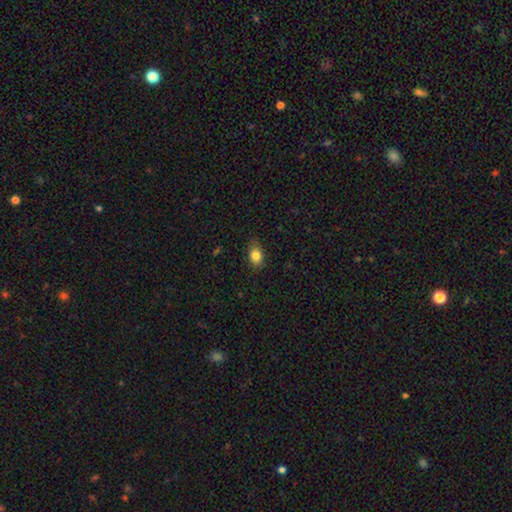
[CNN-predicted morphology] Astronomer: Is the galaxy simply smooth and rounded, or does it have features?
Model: smooth — 83%.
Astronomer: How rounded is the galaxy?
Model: in between — 74%.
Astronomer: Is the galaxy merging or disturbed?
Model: none — 80%.